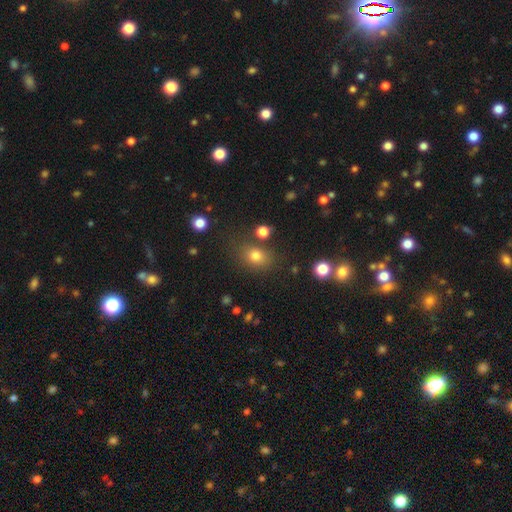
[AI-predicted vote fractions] smooth_or_featured: smooth (p=0.76) [alt: star or artifact p=0.15]
how_rounded: in between (p=0.51) [alt: round p=0.48]
merging: none (p=0.76) [alt: minor disturbance p=0.13]